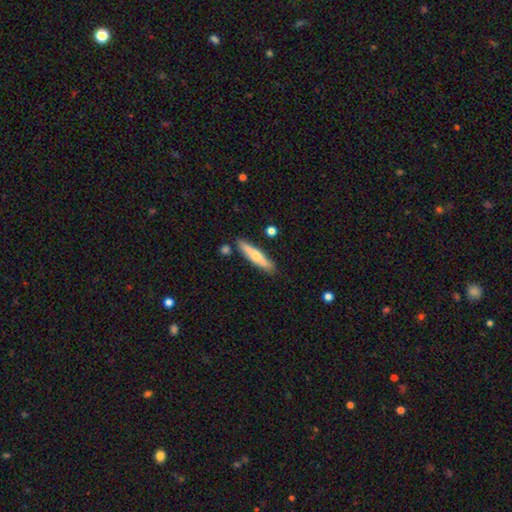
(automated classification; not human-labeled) A smooth galaxy with no disk features (53%) that is cigar-shaped (84%).

Vote fractions:
- Smooth or featured? smooth: 53% / featured or disk: 41% / star or artifact: 6%
- How rounded? cigar-shaped: 84% / in between: 14% / round: 2%
- Merging? none: 83% / minor disturbance: 11% / merger: 4% / major disturbance: 2%